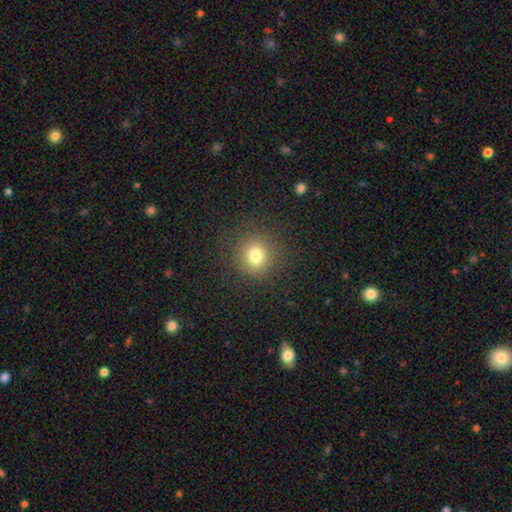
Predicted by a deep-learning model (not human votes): A smooth galaxy with no disk features (76%) that is round (89%). Merging: none (86%).